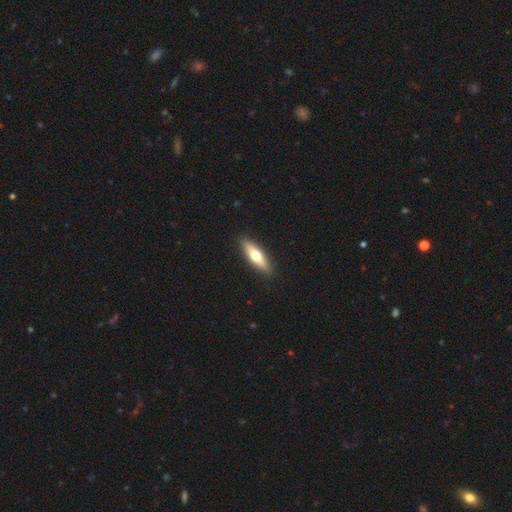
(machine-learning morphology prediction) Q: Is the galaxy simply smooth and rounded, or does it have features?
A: smooth — 52%.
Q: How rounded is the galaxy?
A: cigar-shaped — 62%.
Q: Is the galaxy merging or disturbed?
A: none — 90%.